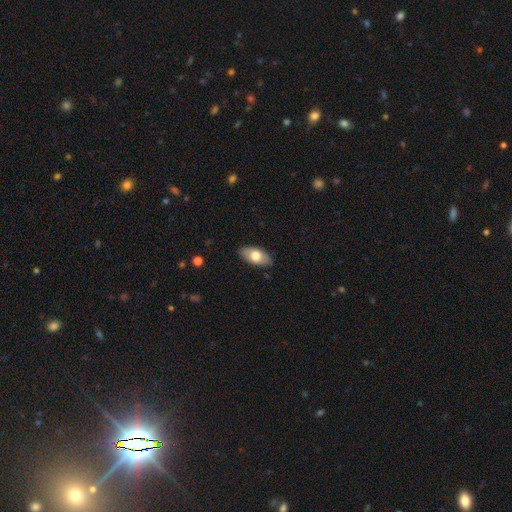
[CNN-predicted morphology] Smooth or featured?
  - smooth: 71% *
  - featured or disk: 23%
  - star or artifact: 6%
How rounded?
  - in between: 93% *
  - cigar-shaped: 4%
  - round: 3%
Merging?
  - none: 86% *
  - minor disturbance: 11%
  - major disturbance: 2%
  - merger: 1%